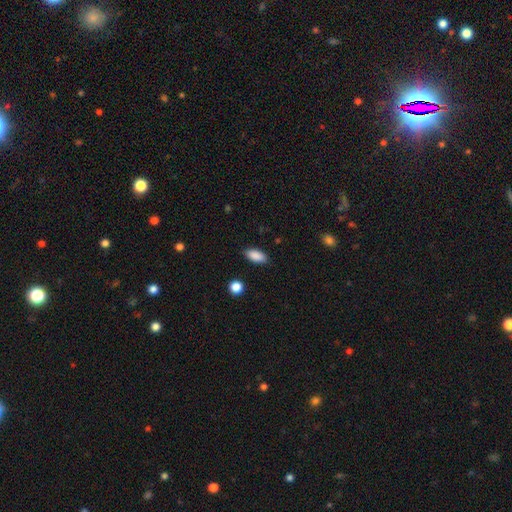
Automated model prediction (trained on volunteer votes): Overall: smooth (89%). How rounded: in between (87%). Merging: none (87%).